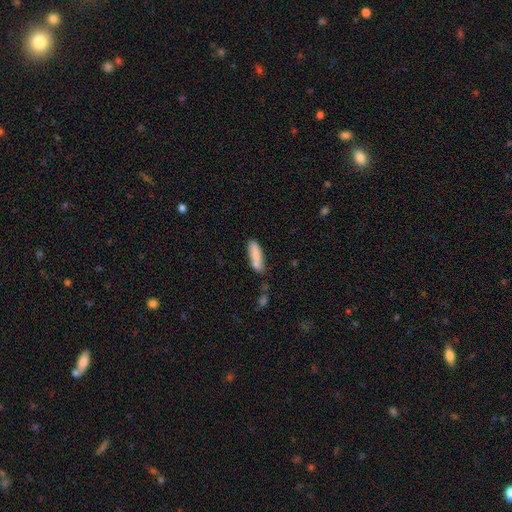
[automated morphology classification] Smooth or featured?
  - smooth: 78% *
  - featured or disk: 16%
  - star or artifact: 7%
How rounded?
  - in between: 49% * (tied)
  - cigar-shaped: 49% * (tied)
  - round: 2%
Merging?
  - none: 56% *
  - minor disturbance: 21%
  - merger: 17%
  - major disturbance: 6%